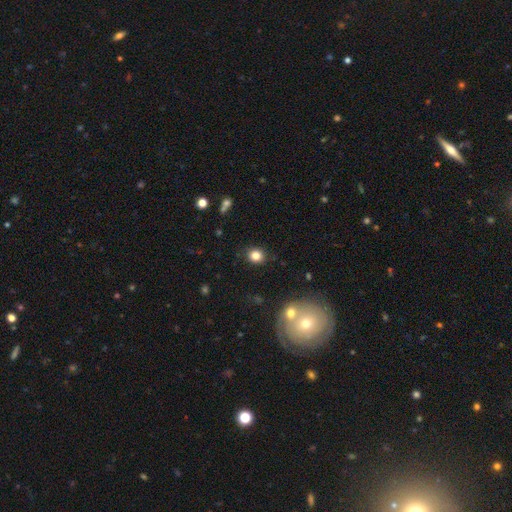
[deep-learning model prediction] smooth-or-featured: smooth: 83% | star or artifact: 11% | featured or disk: 6%
  how-rounded: round: 76% | in between: 23% | cigar-shaped: 1%
  merging: none: 87% | minor disturbance: 8% | major disturbance: 3% | merger: 2%